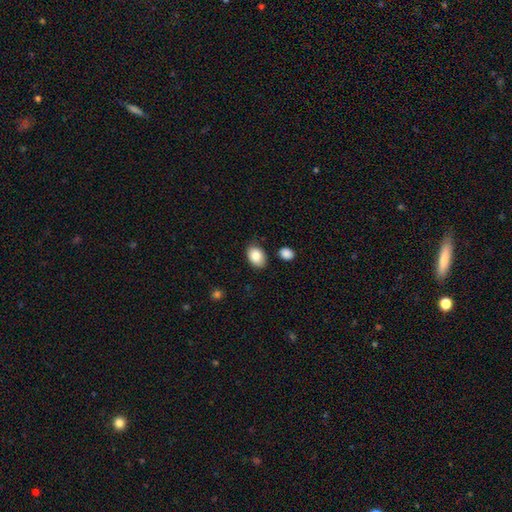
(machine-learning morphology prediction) Smooth or featured? smooth (86%)
How rounded? in between (81%)
Merging? none (80%)